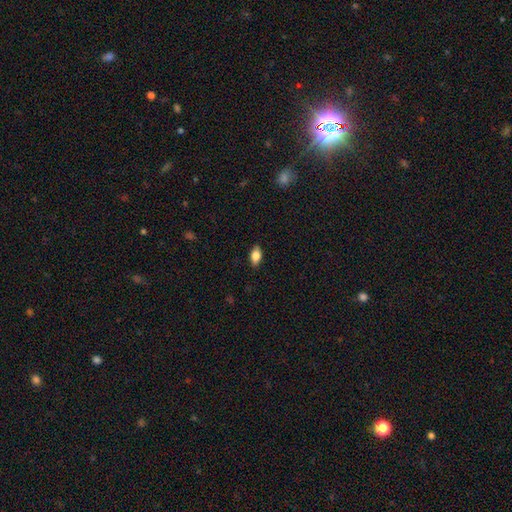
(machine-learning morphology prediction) The model was most divided on "smooth or featured": smooth: 80%, featured or disk: 12%, star or artifact: 8%. More confident: how rounded — in between (88%); merging — none (87%).